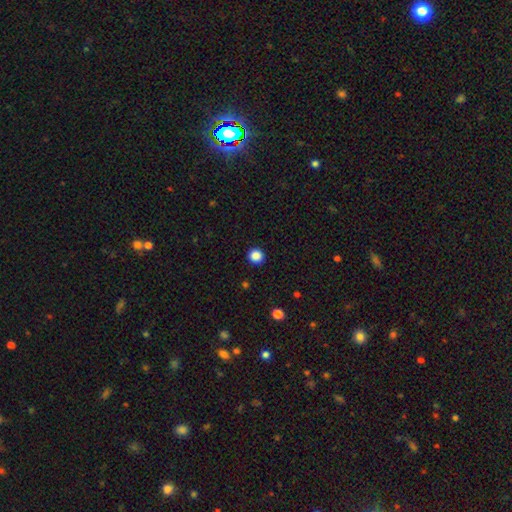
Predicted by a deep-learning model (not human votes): Morphology: type=smooth (87%); roundness=round (94%); merging=none (93%).